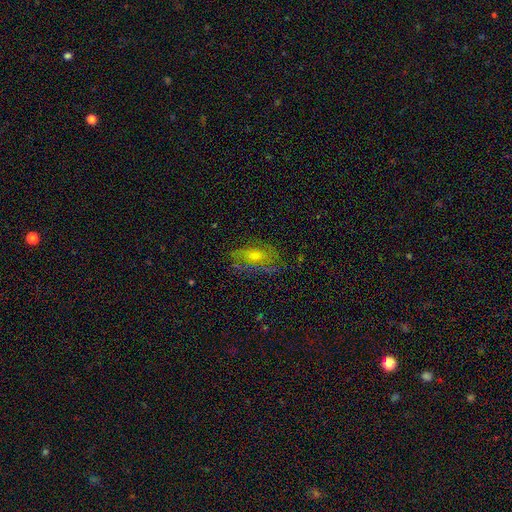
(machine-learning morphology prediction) Smooth or featured?
  - featured or disk: 53% *
  - smooth: 34%
  - star or artifact: 13%
Edge-on disk?
  - no: 92% *
  - yes: 8%
Merging?
  - none: 64% *
  - minor disturbance: 21%
  - major disturbance: 13%
  - merger: 2%